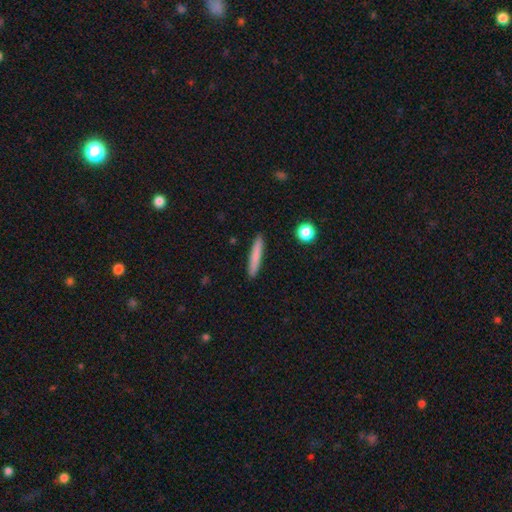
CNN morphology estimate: This is likely a smooth galaxy (78%). How rounded: clearly cigar-shaped (94%). Merging: clearly none (90%).